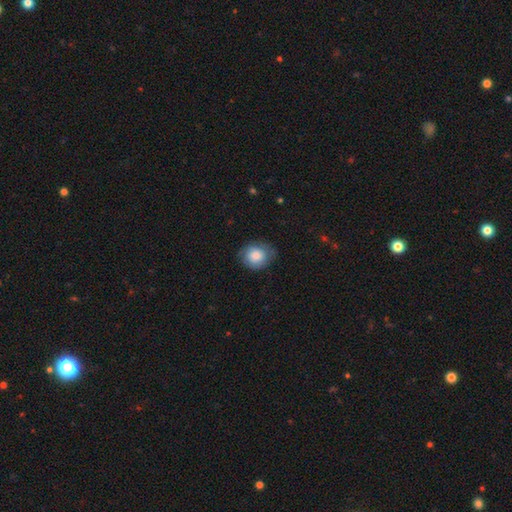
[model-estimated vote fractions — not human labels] This appears to be a smooth galaxy with no disk features (78%) that is round (72%). Merging: none (70%).